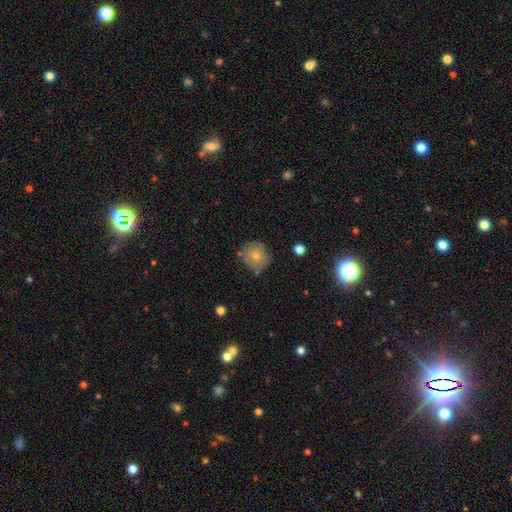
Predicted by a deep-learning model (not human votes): smooth-or-featured: smooth: 74% | featured or disk: 16% | star or artifact: 10%
  how-rounded: round: 82% | in between: 17% | cigar-shaped: 1%
  merging: none: 73% | minor disturbance: 18% | merger: 5% | major disturbance: 4%